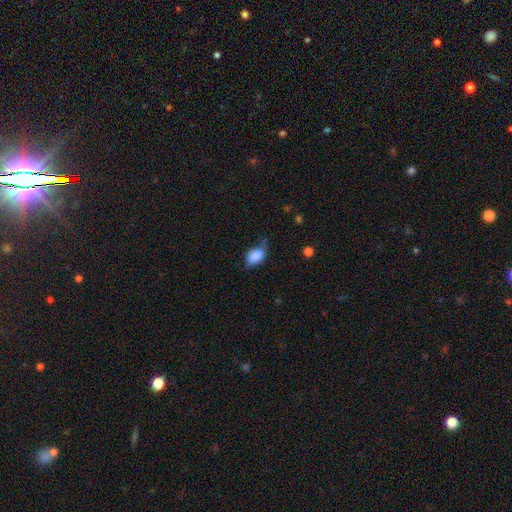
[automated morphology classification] Smooth or featured: smooth — 82% (featured or disk — 10%)
How rounded: in between — 89% (round — 9%)
Merging: minor disturbance — 40% (none — 39%)